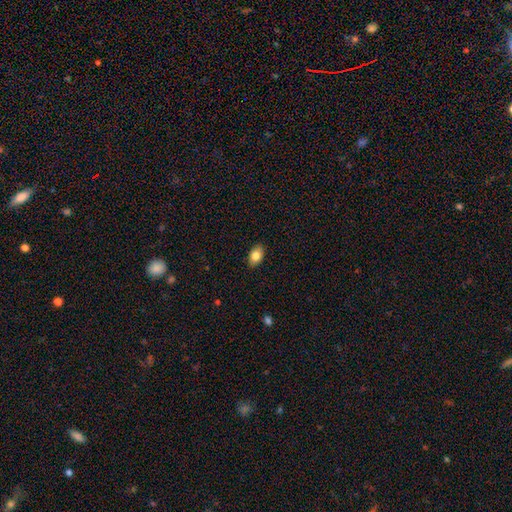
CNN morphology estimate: Smooth or featured? smooth (82%)
How rounded? in between (89%)
Merging? none (88%)